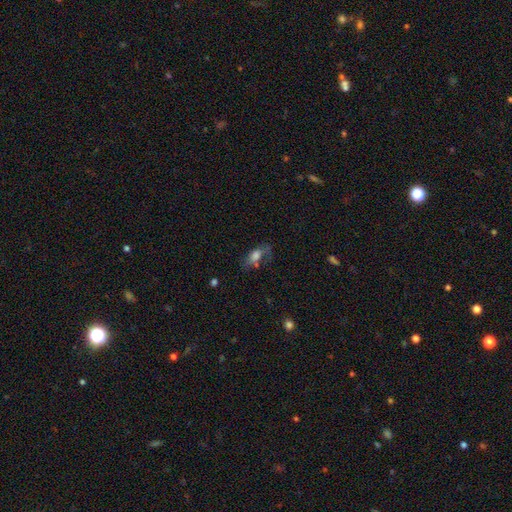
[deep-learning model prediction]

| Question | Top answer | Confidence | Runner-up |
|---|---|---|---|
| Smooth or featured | smooth | 61% | featured or disk (26%) |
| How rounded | in between | 79% | cigar-shaped (12%) |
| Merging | none | 44% | minor disturbance (25%) |